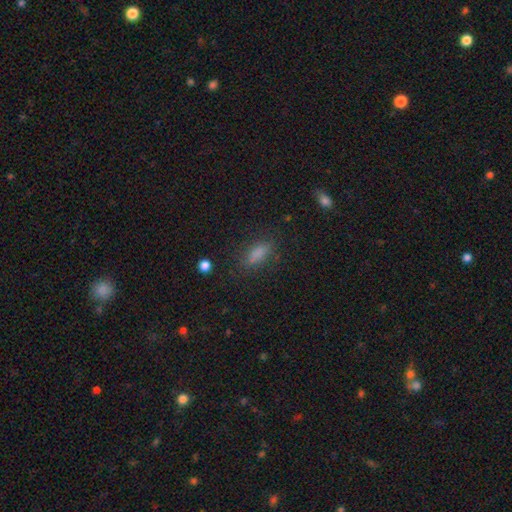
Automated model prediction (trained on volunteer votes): smooth 63%, star or artifact 26%, featured or disk 11%. Down the decision tree: how rounded — in between (70%); merging — none (83%).